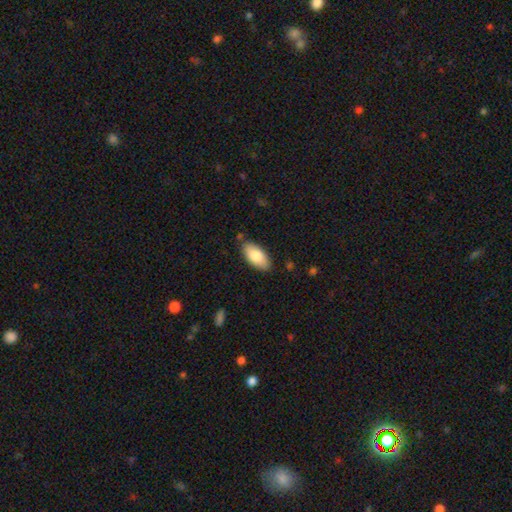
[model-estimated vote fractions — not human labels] Smooth or featured? smooth (82%)
How rounded? in between (93%)
Merging? none (84%)